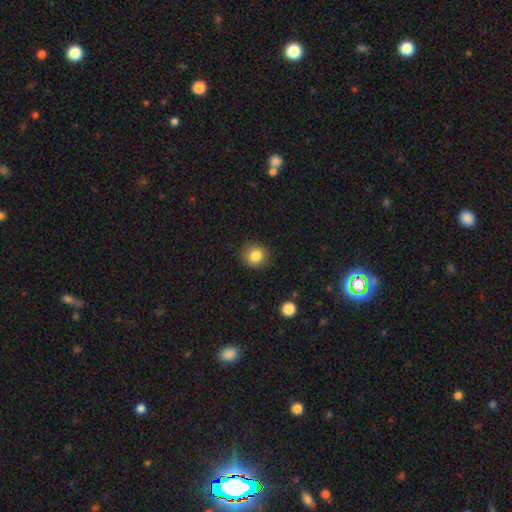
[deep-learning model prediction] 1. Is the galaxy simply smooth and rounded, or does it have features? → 85% smooth, 10% star or artifact, 5% featured or disk.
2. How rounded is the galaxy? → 85% round, 14% in between, 1% cigar-shaped.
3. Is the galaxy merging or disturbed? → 87% none, 9% minor disturbance, 3% major disturbance, 1% merger.